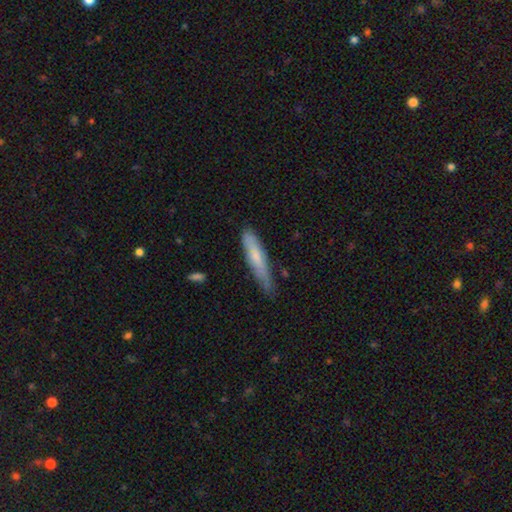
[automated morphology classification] Smooth or featured: smooth — 64% (featured or disk — 30%)
How rounded: cigar-shaped — 86% (in between — 13%)
Merging: none — 61% (minor disturbance — 31%)